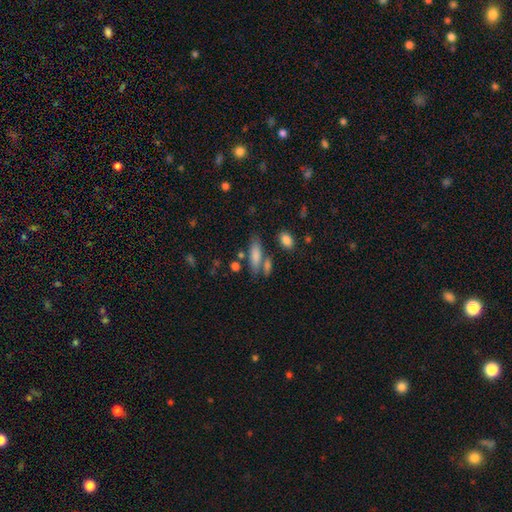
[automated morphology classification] Smooth or featured? smooth (78%)
How rounded? in between (58%)
Merging? none (58%)